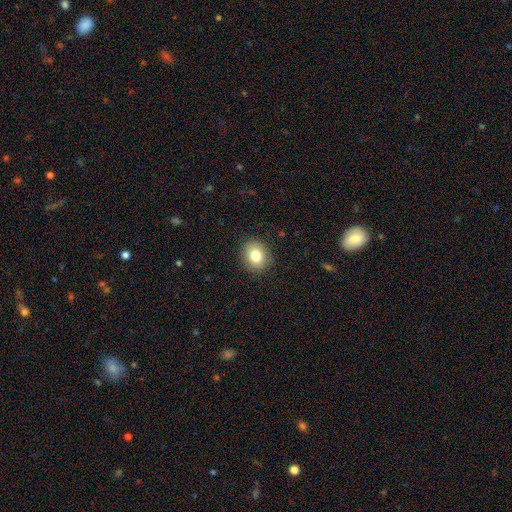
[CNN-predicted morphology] Smooth or featured: smooth — 82% (star or artifact — 10%)
How rounded: round — 71% (in between — 28%)
Merging: none — 89% (minor disturbance — 8%)